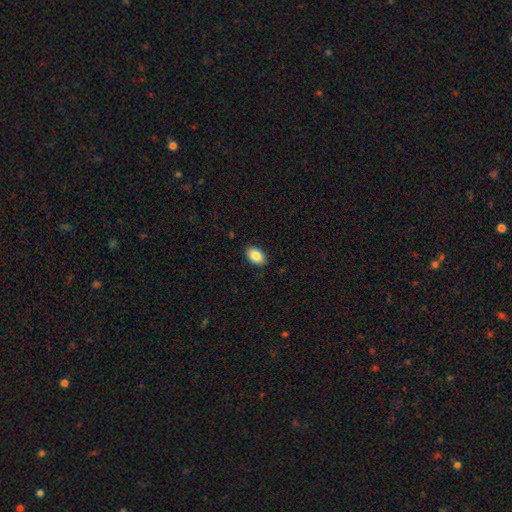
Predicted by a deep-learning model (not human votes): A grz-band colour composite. It shows a smooth galaxy with no disk features (86%) that is in between round and cigar-shaped (90%). Merging: none (89%).